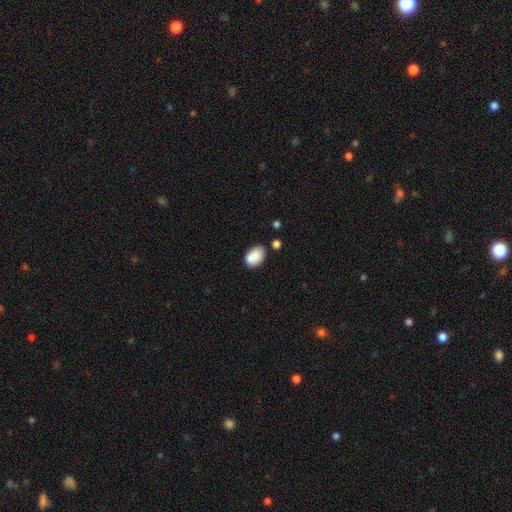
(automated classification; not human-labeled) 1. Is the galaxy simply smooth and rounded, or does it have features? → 84% smooth, 8% star or artifact, 8% featured or disk.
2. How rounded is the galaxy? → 83% in between, 16% round, 1% cigar-shaped.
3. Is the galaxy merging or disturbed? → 60% none, 20% minor disturbance, 16% merger, 5% major disturbance.